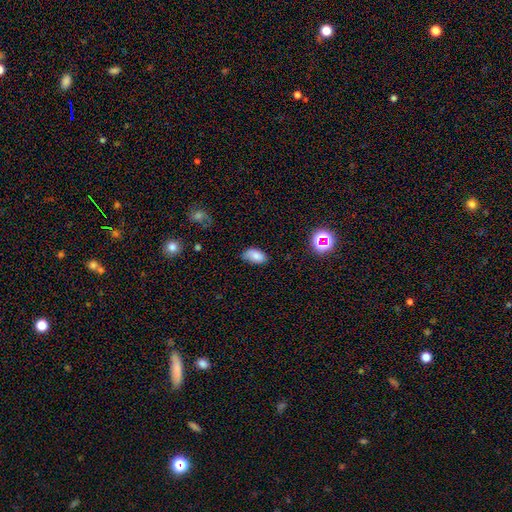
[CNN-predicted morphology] Smooth or featured?
  - smooth: 80% *
  - star or artifact: 10%
  - featured or disk: 9%
How rounded?
  - in between: 93% *
  - round: 5%
  - cigar-shaped: 2%
Merging?
  - none: 68% *
  - minor disturbance: 26%
  - major disturbance: 5%
  - merger: 2%